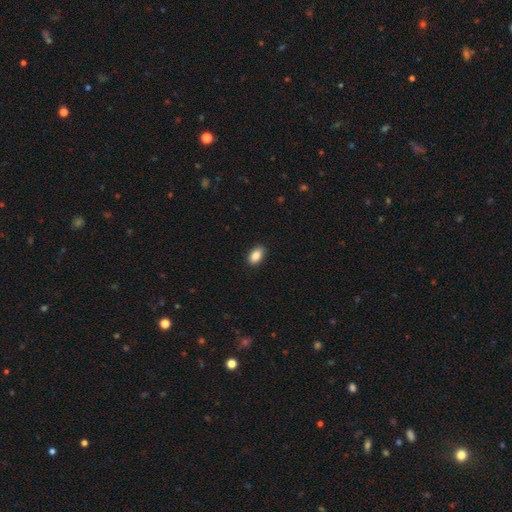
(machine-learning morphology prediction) Smooth or featured?
  - smooth: 87% *
  - star or artifact: 8%
  - featured or disk: 5%
How rounded?
  - in between: 90% *
  - round: 7%
  - cigar-shaped: 3%
Merging?
  - none: 87% *
  - minor disturbance: 10%
  - major disturbance: 2%
  - merger: 1%